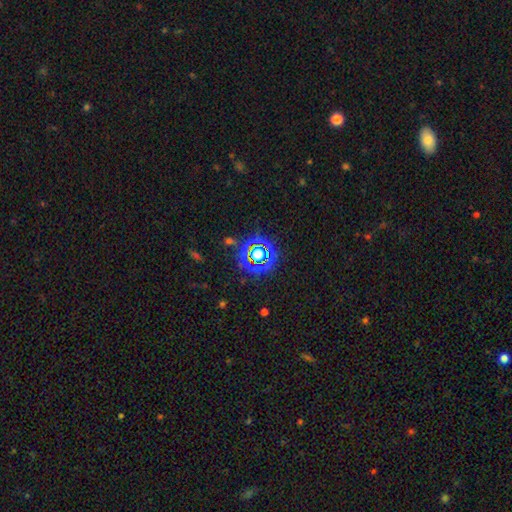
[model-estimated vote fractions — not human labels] Morphology: type=star or artifact (77%).